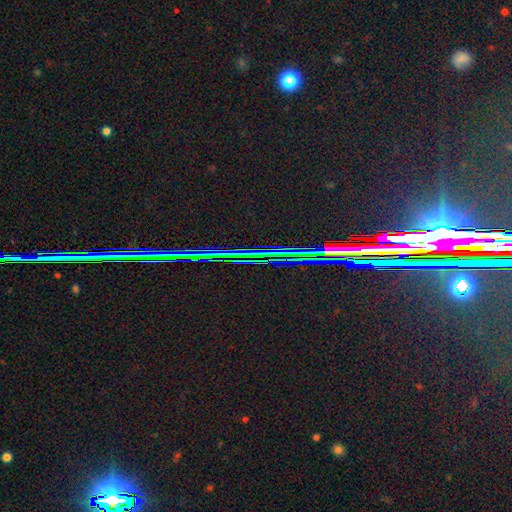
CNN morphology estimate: Smooth or featured: star or artifact — 86% (featured or disk — 7%)